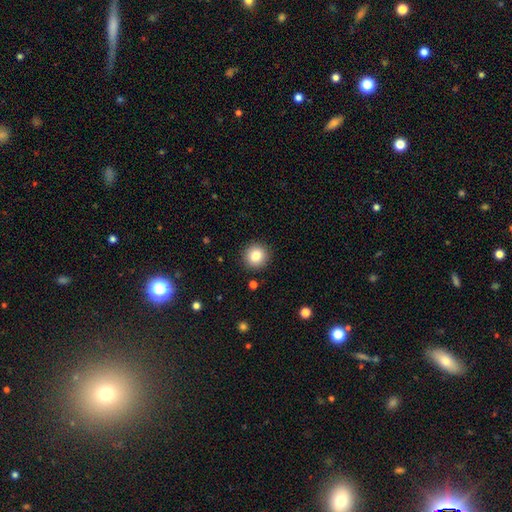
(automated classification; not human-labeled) This is clearly a smooth galaxy (83%). How rounded: clearly round (93%). Merging: clearly none (91%).